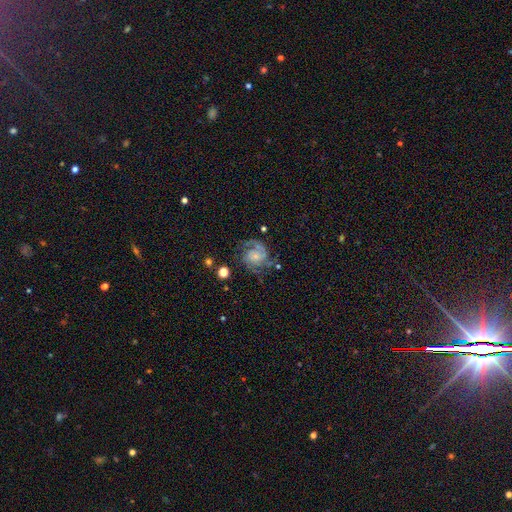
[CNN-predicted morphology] type=featured or disk (85%); edge-on=no (98%); bar=no (71%); spiral arms=yes (97%); winding=medium (46%); arm count=2 (55%); bulge=small (70%); merging=none (65%).